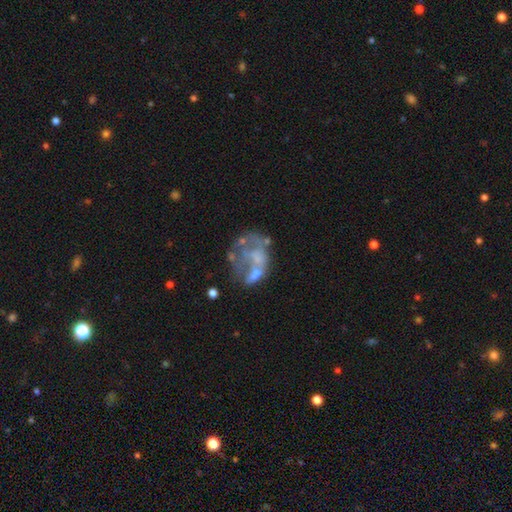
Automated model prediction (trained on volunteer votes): smooth_or_featured: featured or disk (p=0.57) [alt: smooth p=0.30]
disk_edge_on: no (p=0.98) [alt: yes p=0.02]
bar: no (p=0.90) [alt: weak p=0.07]
has_spiral_arms: no (p=0.92) [alt: yes p=0.08]
bulge_size: none (p=0.71) [alt: moderate p=0.12]
merging: major disturbance (p=0.33) [alt: none p=0.27]